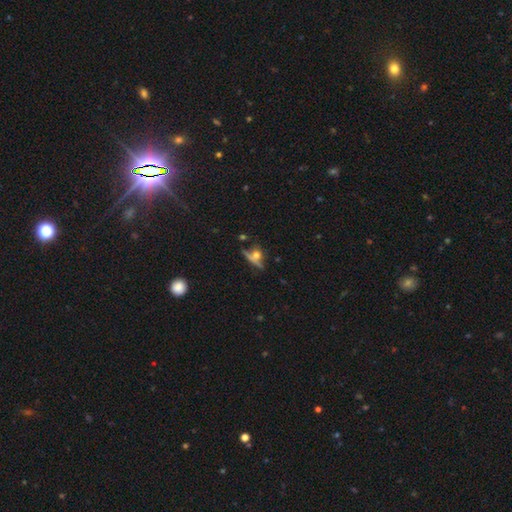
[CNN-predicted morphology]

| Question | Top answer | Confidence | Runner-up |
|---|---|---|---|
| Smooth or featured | smooth | 47% | featured or disk (34%) |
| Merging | none | 55% | merger (19%) |